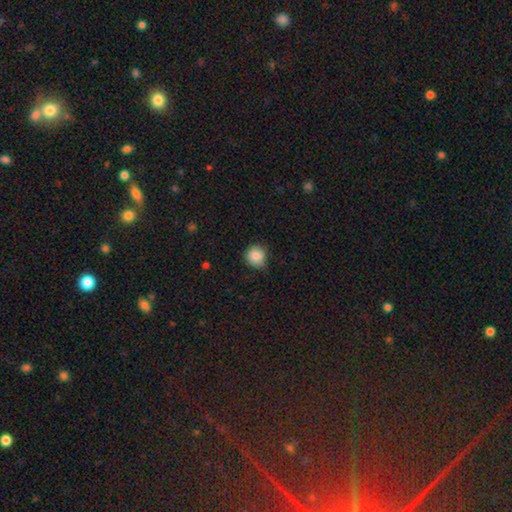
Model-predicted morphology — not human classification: smooth_or_featured: smooth (p=0.85) [alt: star or artifact p=0.09]
how_rounded: round (p=0.92) [alt: in between p=0.08]
merging: none (p=0.75) [alt: minor disturbance p=0.21]